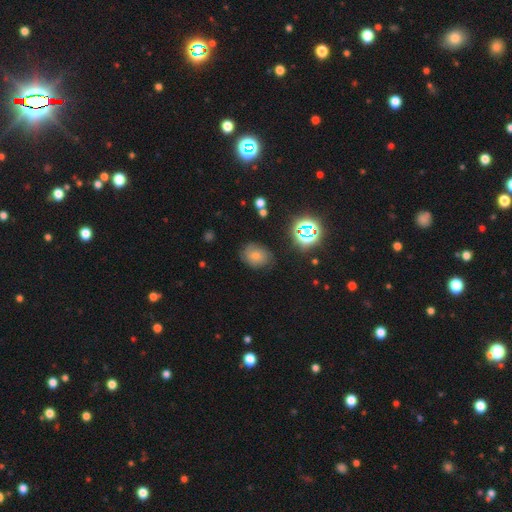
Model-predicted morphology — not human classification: Smooth or featured? smooth (54%)
How rounded? in between (50%)
Merging? none (72%)